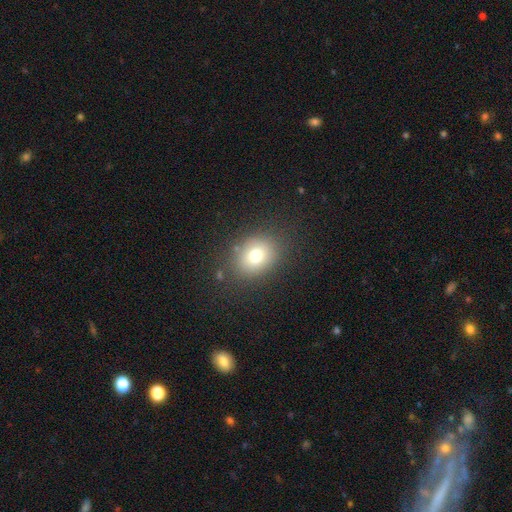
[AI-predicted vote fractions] This appears to be a smooth galaxy with no disk features (75%) that is round (53%). Merging: none (83%).